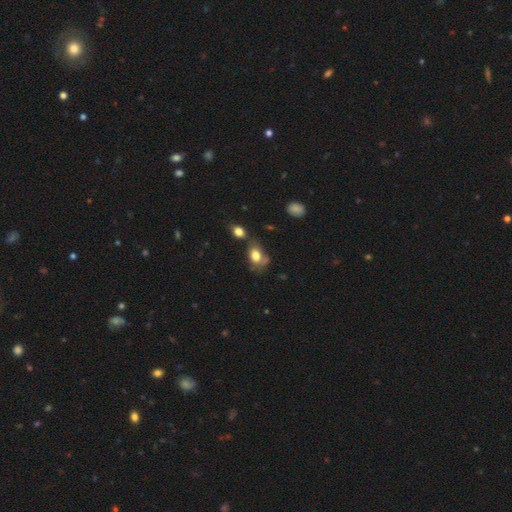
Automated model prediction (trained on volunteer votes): smooth_or_featured: smooth (p=0.75) [alt: featured or disk p=0.16]
how_rounded: in between (p=0.80) [alt: round p=0.18]
merging: none (p=0.38) [alt: minor disturbance p=0.26]